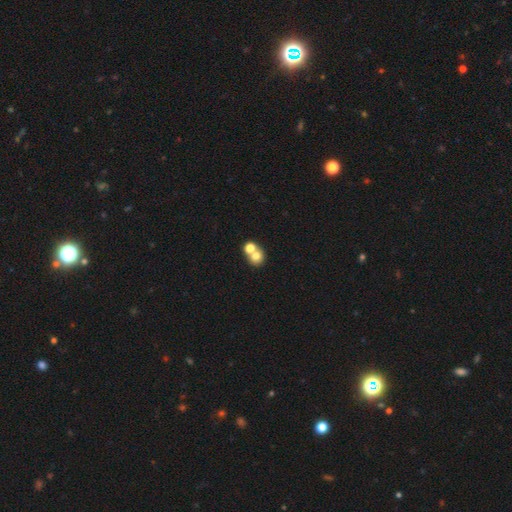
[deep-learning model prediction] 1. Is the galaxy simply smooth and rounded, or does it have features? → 72% smooth, 16% featured or disk, 12% star or artifact.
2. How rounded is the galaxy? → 73% round, 26% in between, 1% cigar-shaped.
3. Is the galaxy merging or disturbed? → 57% merger, 35% none, 6% minor disturbance, 3% major disturbance.